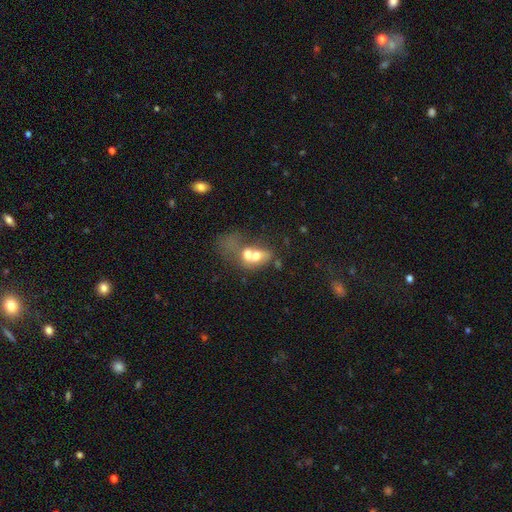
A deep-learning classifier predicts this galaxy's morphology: This is possibly a smooth galaxy (57%). How rounded: likely in between (66%). Merging: likely merger (68%).